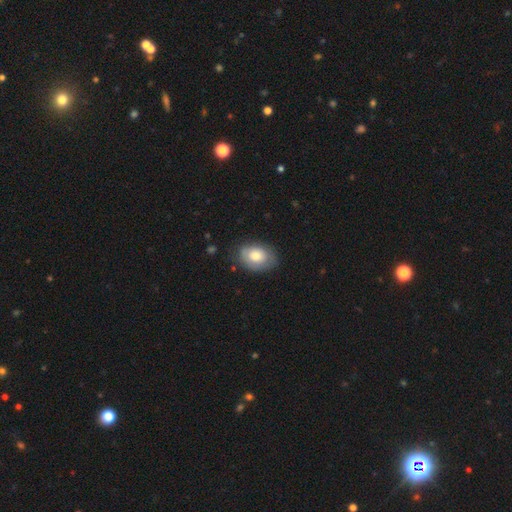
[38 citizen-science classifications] Overall: smooth (58%; featured or disk 39%). How rounded: in between (77%). Merging: none (84%).